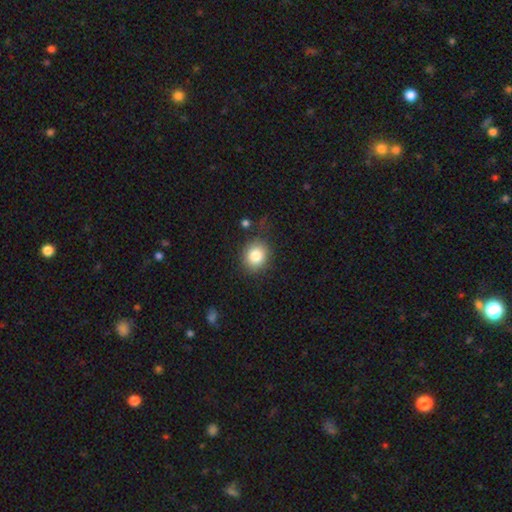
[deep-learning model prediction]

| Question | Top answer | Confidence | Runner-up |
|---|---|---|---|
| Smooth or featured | smooth | 83% | star or artifact (9%) |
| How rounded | round | 78% | in between (21%) |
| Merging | none | 81% | minor disturbance (12%) |